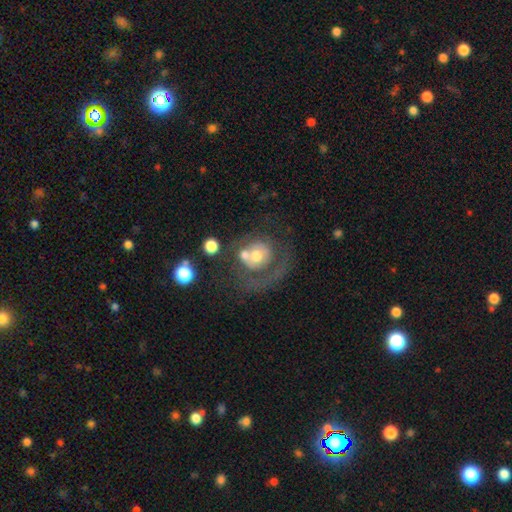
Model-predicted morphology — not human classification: This is possibly a featured or disk galaxy (56%). It is clearly not viewed edge-on (97%). Bar: clearly no (86%). Spiral arm pattern: likely no (62%). Central bulge: likely moderate (64%). Merging: marginally none (36%).